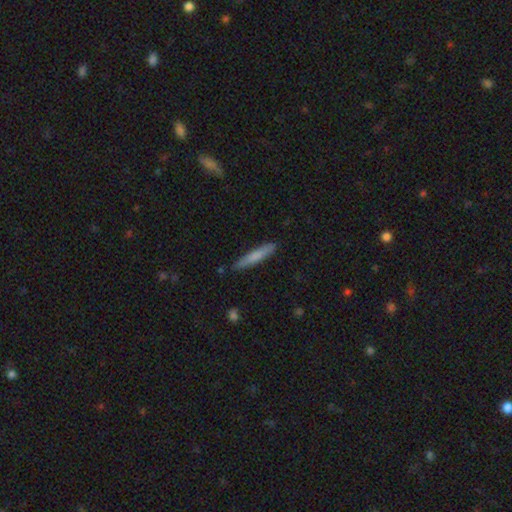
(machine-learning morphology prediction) Q: Smooth or featured?
A: smooth (70%); runner-up: featured or disk (24%)
Q: How rounded?
A: cigar-shaped (93%); runner-up: in between (6%)
Q: Merging?
A: none (86%); runner-up: minor disturbance (11%)